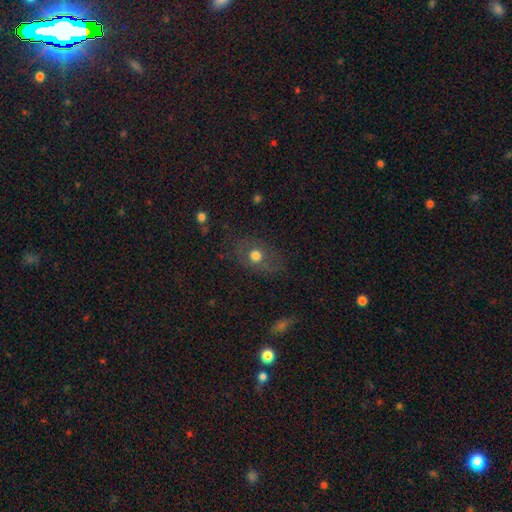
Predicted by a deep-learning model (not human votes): Smooth or featured: smooth — 58% (featured or disk — 28%)
How rounded: round — 51% (in between — 47%)
Merging: none — 75% (minor disturbance — 15%)